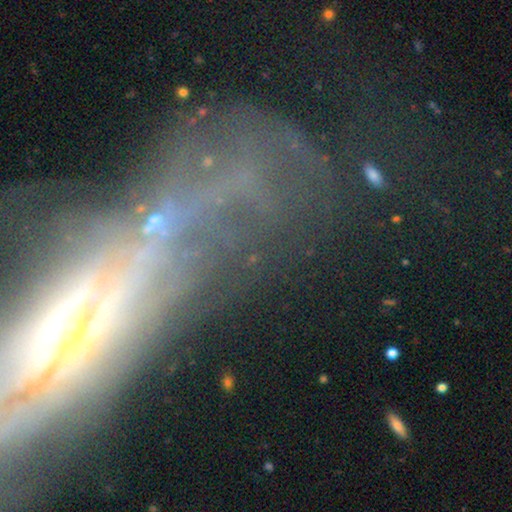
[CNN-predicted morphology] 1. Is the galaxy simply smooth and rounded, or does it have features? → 57% featured or disk, 25% star or artifact, 18% smooth.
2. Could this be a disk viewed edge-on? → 51% yes, 49% no.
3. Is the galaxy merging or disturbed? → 43% none, 31% major disturbance, 17% minor disturbance, 10% merger.